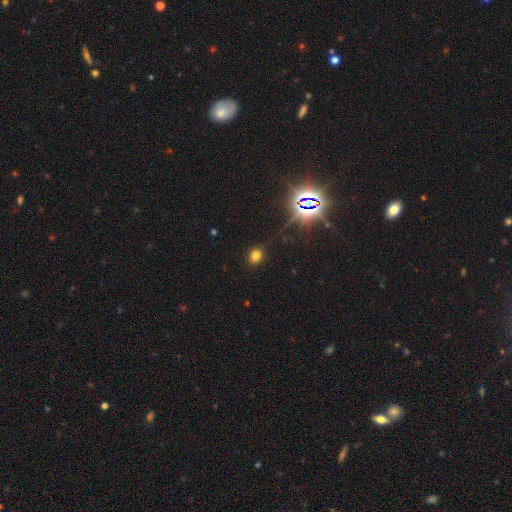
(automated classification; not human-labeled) A smooth galaxy with no disk features (71%) that is round (67%). Merging: none (87%).